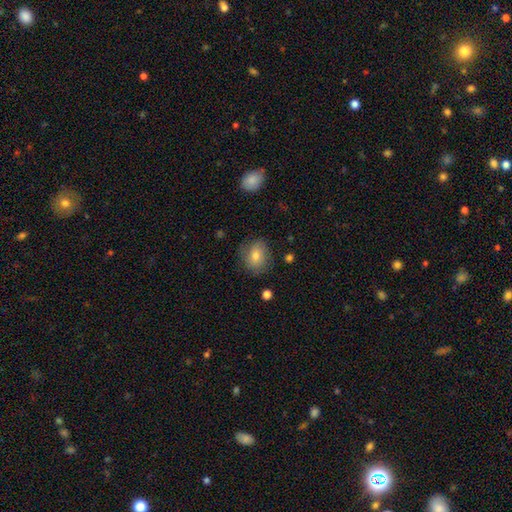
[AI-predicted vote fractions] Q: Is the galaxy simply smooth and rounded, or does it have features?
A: smooth — 70%.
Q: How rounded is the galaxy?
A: round — 61%.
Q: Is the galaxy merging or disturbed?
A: none — 76%.